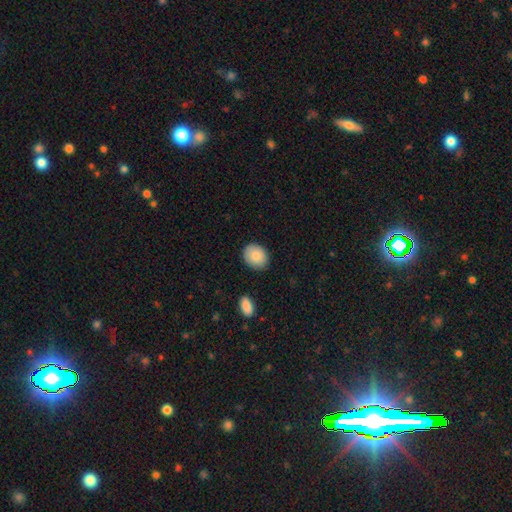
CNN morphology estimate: Overall: smooth (86%). How rounded: in between (53%; round 46%). Merging: none (86%).